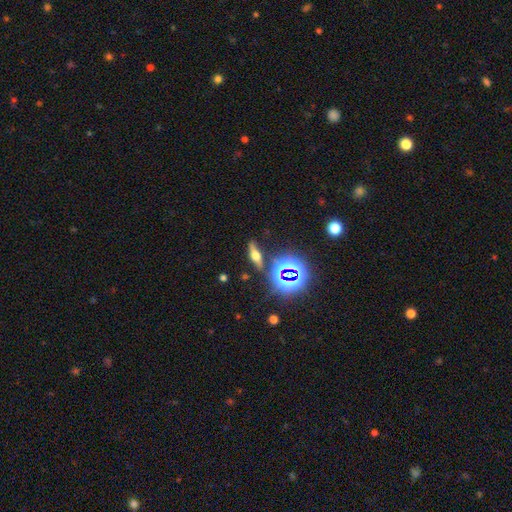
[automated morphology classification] The model was most divided on "smooth or featured": featured or disk: 42%, smooth: 31%, star or artifact: 26%. More confident: merging — none (82%).